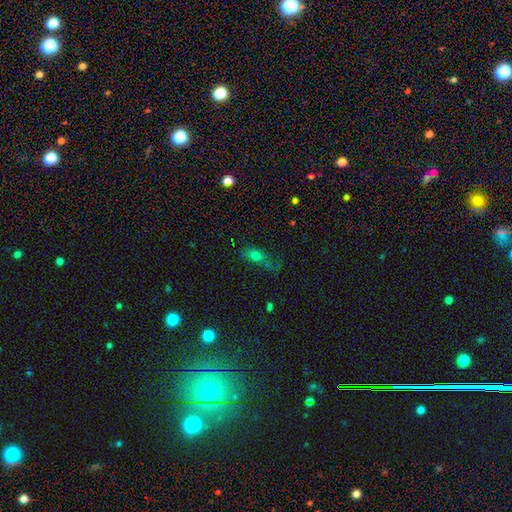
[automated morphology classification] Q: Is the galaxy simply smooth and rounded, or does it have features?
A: smooth — 66%.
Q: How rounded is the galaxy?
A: in between — 70%.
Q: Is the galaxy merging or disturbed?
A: none — 42%.